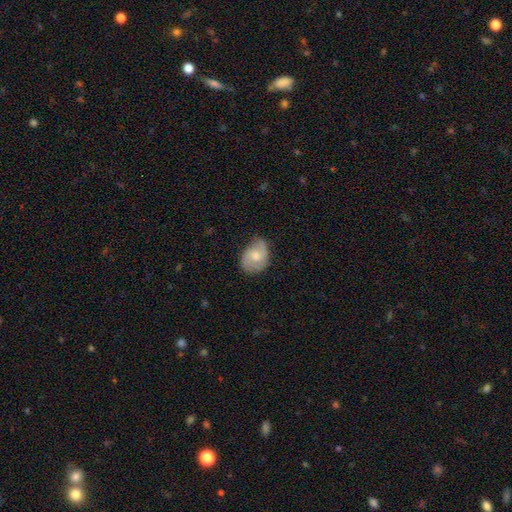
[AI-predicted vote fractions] This is possibly a featured or disk galaxy (53%). It is clearly not viewed edge-on (96%). Bar: likely no (65%). Spiral arm pattern: clearly yes (87%). Central bulge: likely moderate (61%). Merging: likely none (65%).